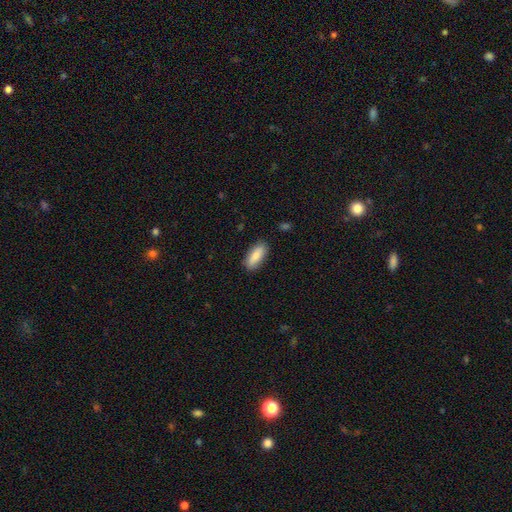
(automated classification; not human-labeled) A smooth galaxy with no disk features (84%) that is in between round and cigar-shaped (78%). Merging: none (86%).